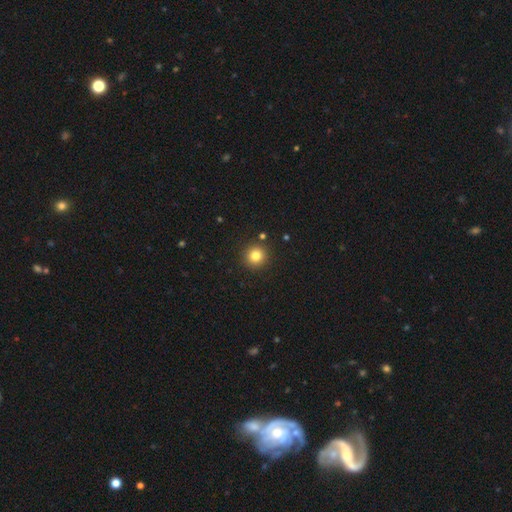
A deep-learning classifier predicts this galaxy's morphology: smooth-or-featured: smooth: 81% | star or artifact: 13% | featured or disk: 6%
  how-rounded: round: 94% | in between: 5% | cigar-shaped: 1%
  merging: none: 90% | minor disturbance: 5% | merger: 2% | major disturbance: 2%